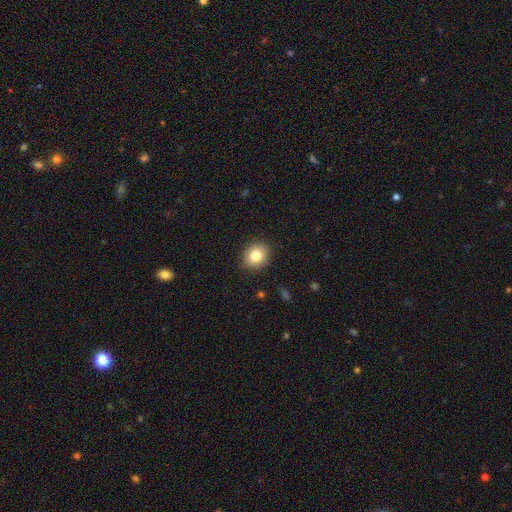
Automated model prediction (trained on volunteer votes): Smooth or featured? Predicted: smooth (p=0.82). How rounded? Predicted: round (p=0.61). Merging? Predicted: none (p=0.89).